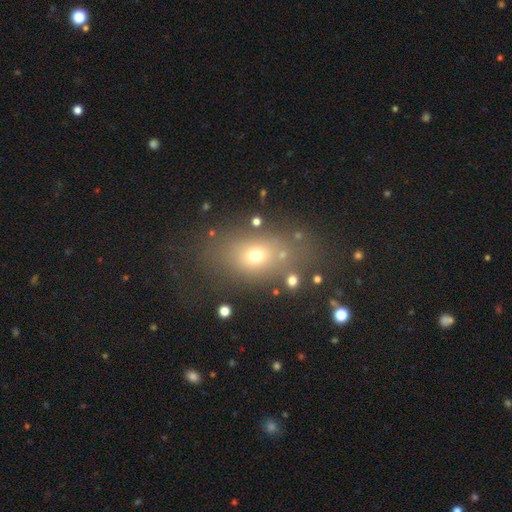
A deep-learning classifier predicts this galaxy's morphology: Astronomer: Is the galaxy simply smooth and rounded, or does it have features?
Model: smooth — 65%.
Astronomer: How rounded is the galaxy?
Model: in between — 64%.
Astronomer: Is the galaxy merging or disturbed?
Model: none — 72%.